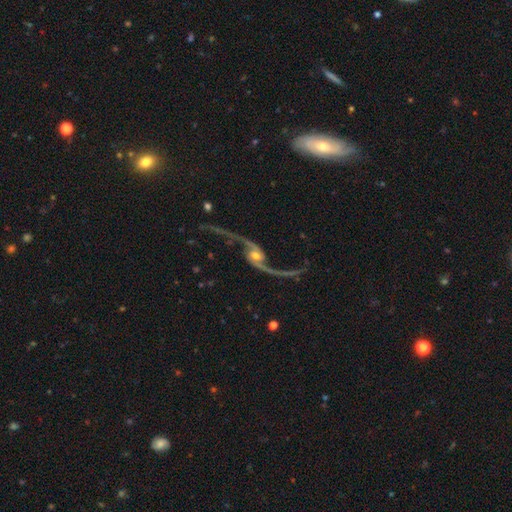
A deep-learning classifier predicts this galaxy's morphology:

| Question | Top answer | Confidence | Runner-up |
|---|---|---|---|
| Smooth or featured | featured or disk | 92% | star or artifact (4%) |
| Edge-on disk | no | 96% | yes (4%) |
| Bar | no | 51% | weak (31%) |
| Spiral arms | yes | 98% | no (2%) |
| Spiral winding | loose | 93% | medium (5%) |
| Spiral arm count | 2 | 94% | 1 (2%) |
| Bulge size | moderate | 59% | small (31%) |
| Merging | none | 66% | major disturbance (15%) |